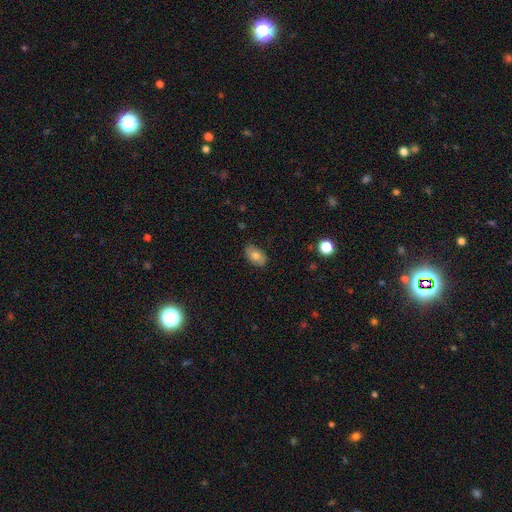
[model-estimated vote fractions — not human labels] The model was most divided on "smooth or featured": smooth: 73%, featured or disk: 19%, star or artifact: 8%. More confident: how rounded — in between (91%); merging — none (81%).